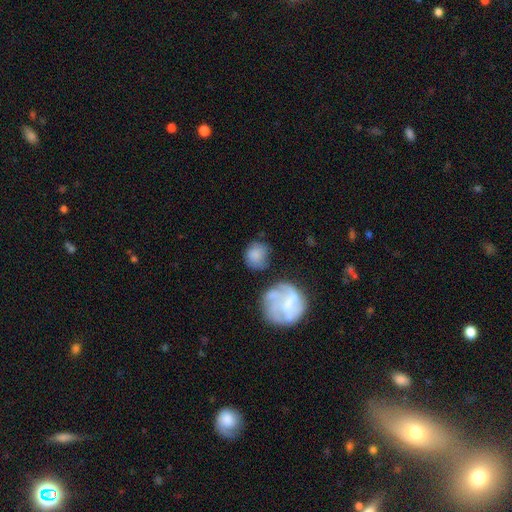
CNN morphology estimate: This appears to be a smooth galaxy with no disk features (69%) that is round (79%). Merging: none (55%).